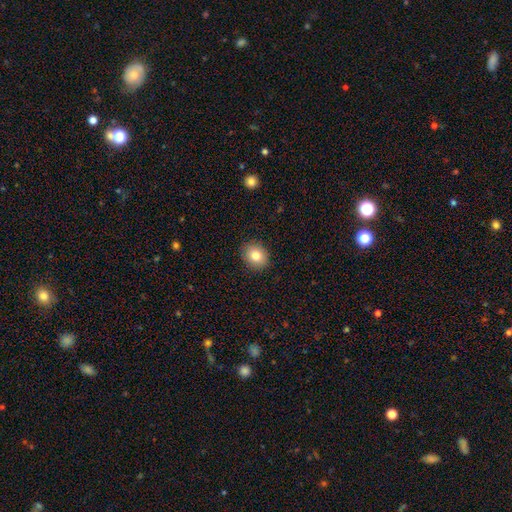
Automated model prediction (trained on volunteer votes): Q: Smooth or featured?
A: smooth (82%); runner-up: star or artifact (9%)
Q: How rounded?
A: round (59%); runner-up: in between (40%)
Q: Merging?
A: none (89%); runner-up: minor disturbance (8%)